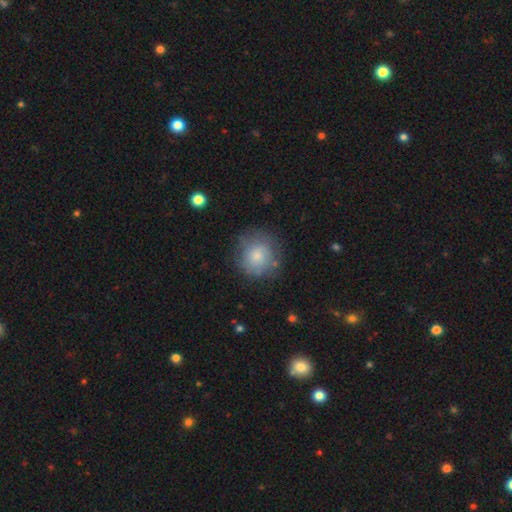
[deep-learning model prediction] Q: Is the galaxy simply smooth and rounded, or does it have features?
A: smooth — 67%.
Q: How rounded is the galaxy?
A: round — 87%.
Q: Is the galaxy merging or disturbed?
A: none — 74%.